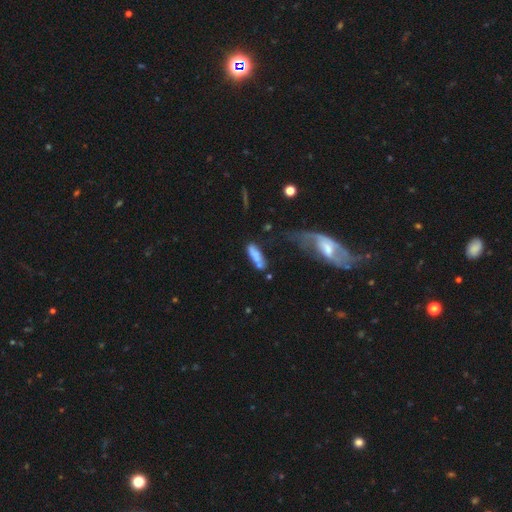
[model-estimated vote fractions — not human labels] smooth 69%, featured or disk 23%, star or artifact 8%. Down the decision tree: how rounded — in between (55%); merging — none (40%).